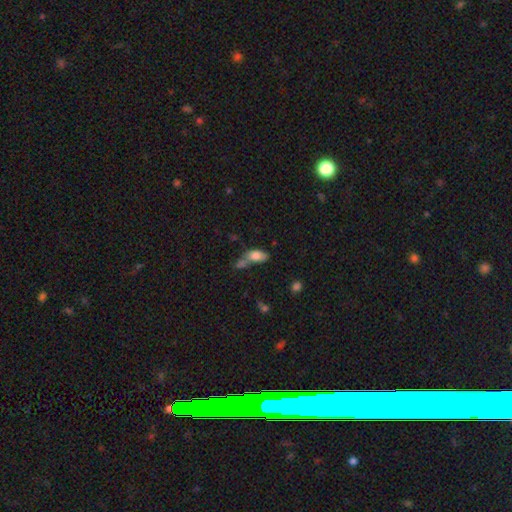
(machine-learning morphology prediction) Q: Smooth or featured?
A: smooth (76%); runner-up: featured or disk (14%)
Q: How rounded?
A: in between (86%); runner-up: cigar-shaped (8%)
Q: Merging?
A: merger (38%); runner-up: none (30%)